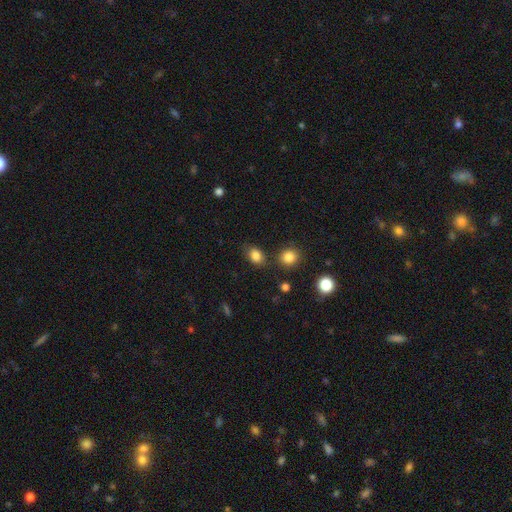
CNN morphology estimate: smooth_or_featured: smooth (p=0.84) [alt: star or artifact p=0.11]
how_rounded: in between (p=0.68) [alt: round p=0.31]
merging: none (p=0.76) [alt: minor disturbance p=0.13]